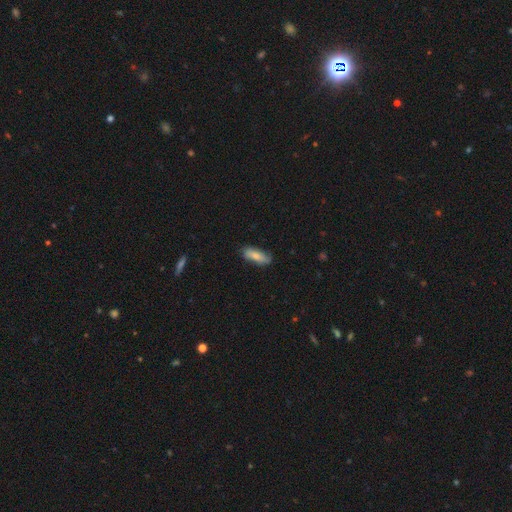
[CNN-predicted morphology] smooth-or-featured: smooth: 77% | featured or disk: 17% | star or artifact: 6%
  how-rounded: in between: 66% | cigar-shaped: 32% | round: 2%
  merging: none: 77% | minor disturbance: 18% | major disturbance: 3% | merger: 1%